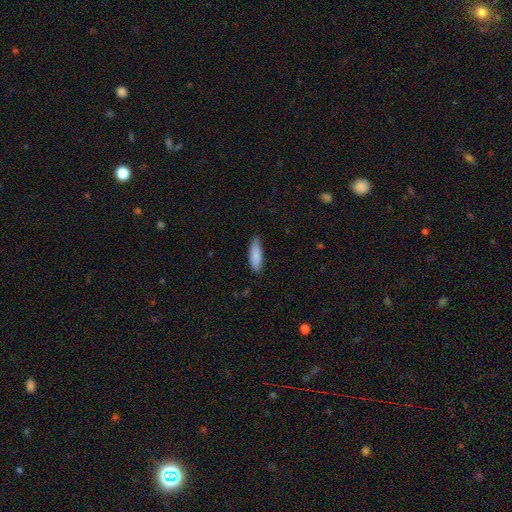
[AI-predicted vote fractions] Smooth or featured? smooth (88%)
How rounded? in between (53%)
Merging? none (78%)